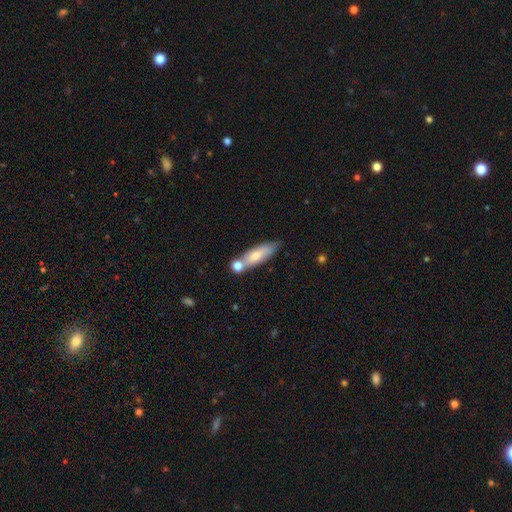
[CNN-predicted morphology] Smooth or featured? smooth (70%)
How rounded? cigar-shaped (51%)
Merging? none (54%)